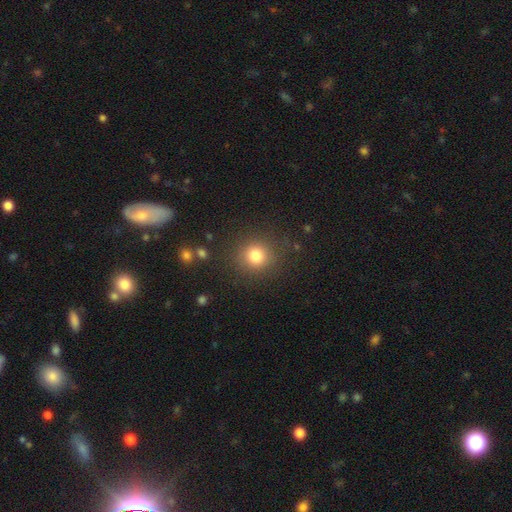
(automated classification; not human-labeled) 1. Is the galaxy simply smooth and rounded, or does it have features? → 81% smooth, 13% star or artifact, 7% featured or disk.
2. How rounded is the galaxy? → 90% round, 9% in between, 1% cigar-shaped.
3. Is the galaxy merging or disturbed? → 86% none, 8% minor disturbance, 4% major disturbance, 2% merger.